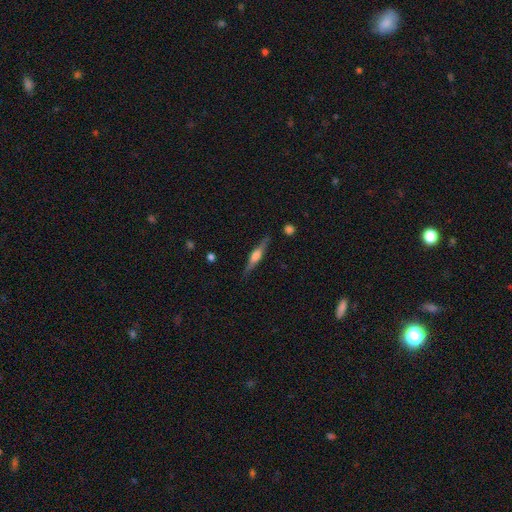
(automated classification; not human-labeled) A featured or disk galaxy (71%) viewed edge-on (97%) with a rounded central bulge (77%).

Vote fractions:
- Smooth or featured? featured or disk: 71% / smooth: 23% / star or artifact: 6%
- Edge-on disk? yes: 97% / no: 3%
- Edge-on bulge? rounded: 77% / boxy: 19% / none: 5%
- Merging? none: 87% / minor disturbance: 9% / major disturbance: 2% / merger: 2%